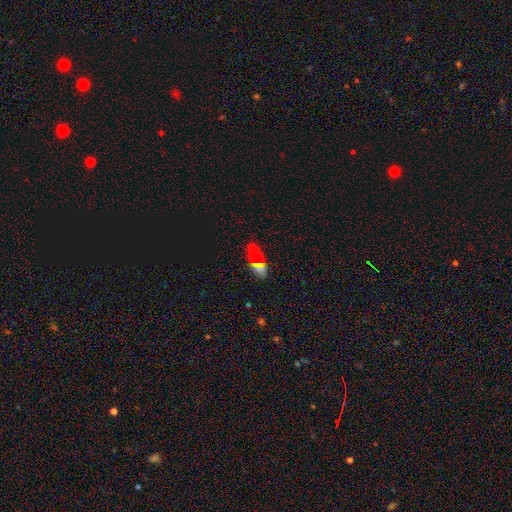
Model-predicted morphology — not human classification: The model was most divided on "smooth or featured": smooth: 59%, star or artifact: 31%, featured or disk: 9%. More confident: how rounded — in between (74%); merging — none (74%).